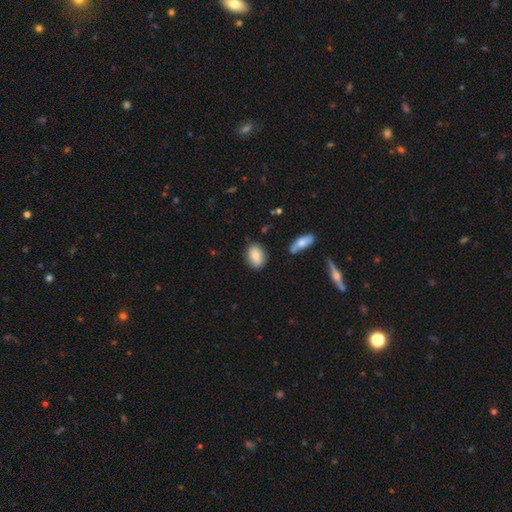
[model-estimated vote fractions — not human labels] Smooth or featured? Predicted: smooth (p=0.78). How rounded? Predicted: in between (p=0.78). Merging? Predicted: none (p=0.81).